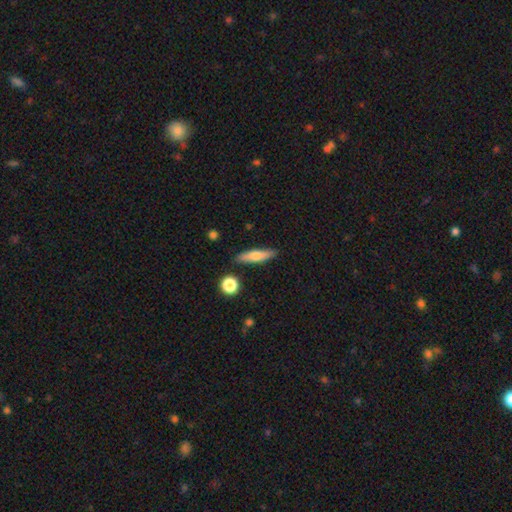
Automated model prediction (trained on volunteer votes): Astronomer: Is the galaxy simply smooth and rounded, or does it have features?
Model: smooth — 65%.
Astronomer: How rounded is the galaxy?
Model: cigar-shaped — 74%.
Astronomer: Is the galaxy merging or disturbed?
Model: none — 86%.